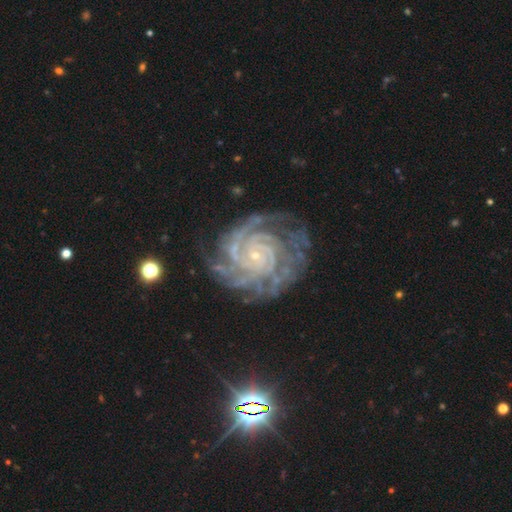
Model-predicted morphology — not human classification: Overall: featured or disk (91%). Edge-on disk: no (98%). Bar: no (73%). Spiral arms: yes (99%). Spiral arm count: 4 (26%; 3 19%). Spiral winding: tight (81%). Bulge size: small (87%). Merging: none (73%).